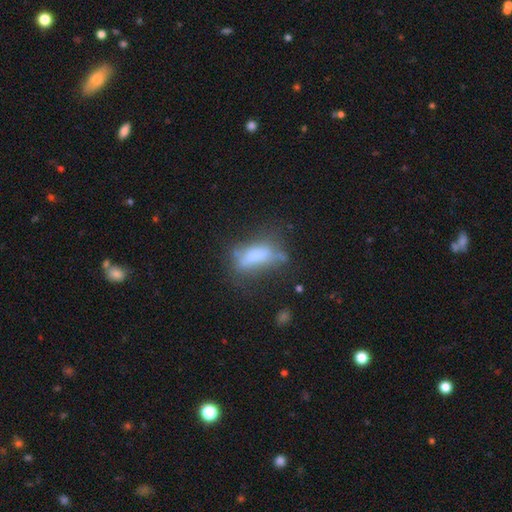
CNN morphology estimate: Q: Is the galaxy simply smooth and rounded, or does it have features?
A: smooth — 57%.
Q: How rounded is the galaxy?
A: in between — 67%.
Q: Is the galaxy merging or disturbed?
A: none — 37%.